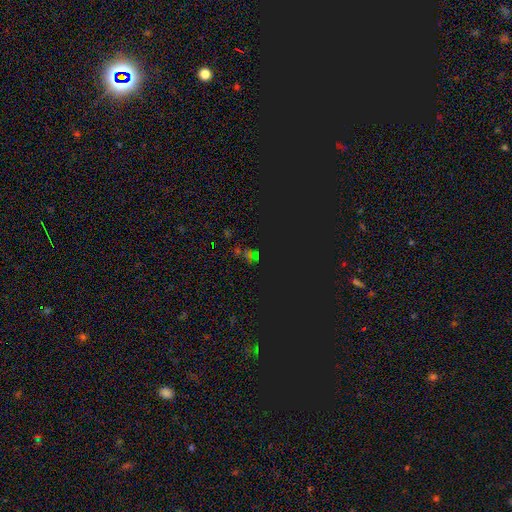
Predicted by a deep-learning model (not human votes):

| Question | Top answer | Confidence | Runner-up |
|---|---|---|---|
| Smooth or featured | star or artifact | 75% | smooth (17%) |